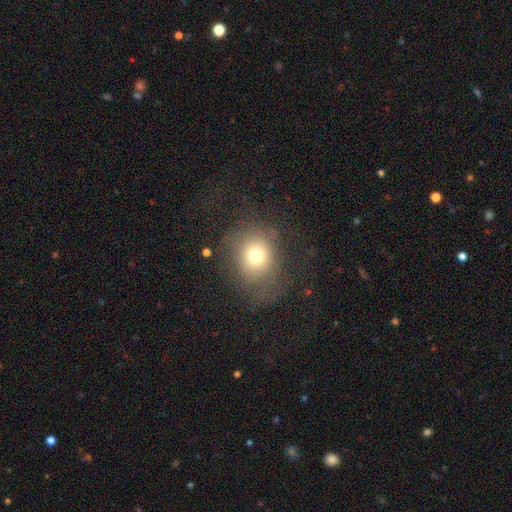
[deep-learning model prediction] smooth 71%, featured or disk 15%, star or artifact 14%. Down the decision tree: how rounded — round (75%); merging — none (58%).